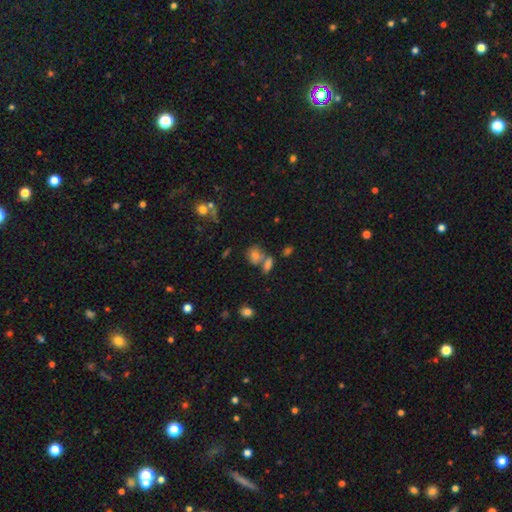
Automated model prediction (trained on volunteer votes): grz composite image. It shows a smooth galaxy with no disk features (50%). Merging: none (53%).